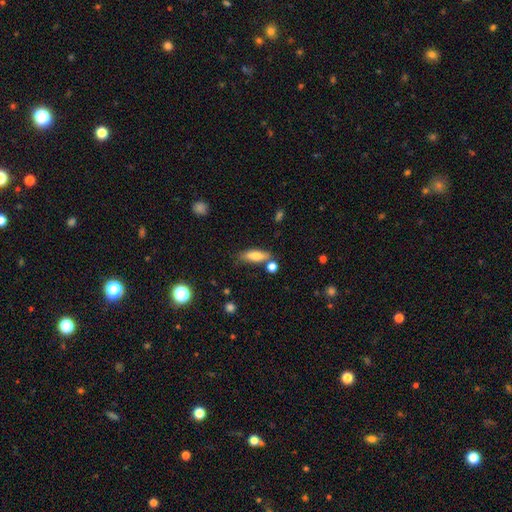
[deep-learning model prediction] The model was most divided on "how rounded": in between: 57%, cigar-shaped: 40%, round: 3%. More confident: smooth or featured — smooth (72%); merging — none (65%).